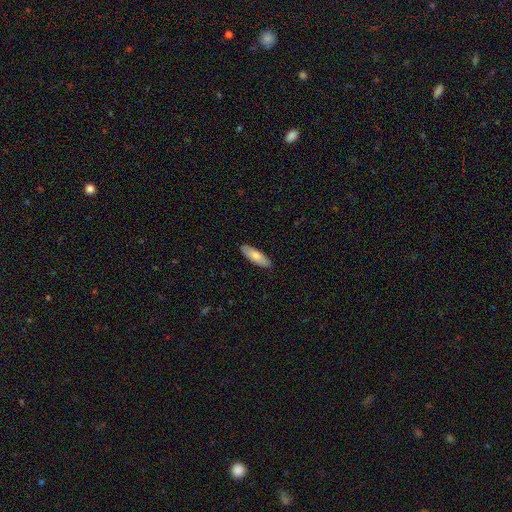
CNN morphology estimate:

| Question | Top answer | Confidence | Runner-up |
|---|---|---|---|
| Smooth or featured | smooth | 76% | featured or disk (18%) |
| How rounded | in between | 52% | cigar-shaped (46%) |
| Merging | none | 88% | minor disturbance (9%) |